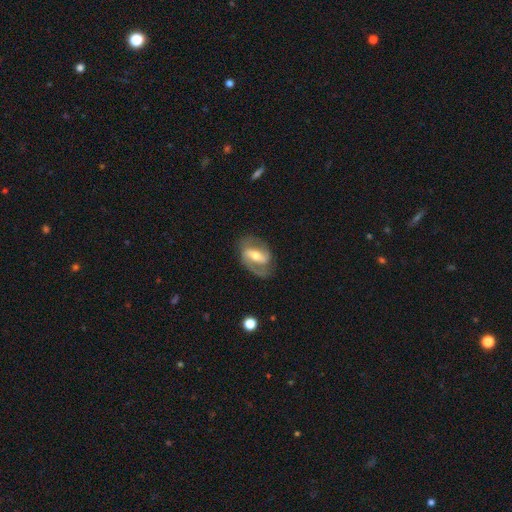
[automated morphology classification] The model was most divided on "bar": strong: 53%, weak: 33%, no: 14%. More confident: edge-on disk — no (95%); spiral arms — yes (89%); spiral arm count — 2 (83%); smooth or featured — featured or disk (81%); merging — none (74%); bulge size — moderate (61%); spiral winding — medium (50%).